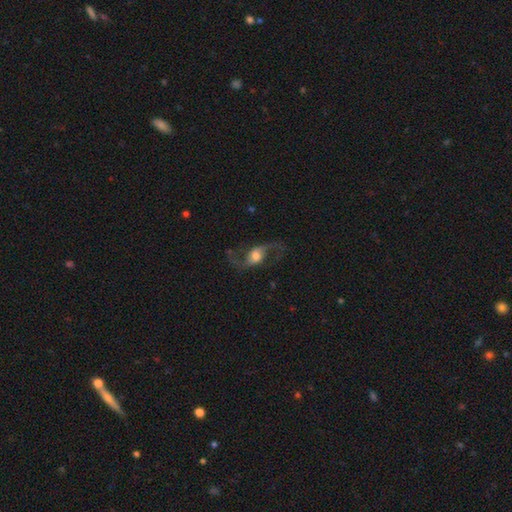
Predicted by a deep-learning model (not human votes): Smooth or featured? featured or disk (79%)
Edge-on disk? no (94%)
Bar? no (49%)
Spiral arms? yes (94%)
Spiral winding? loose (81%)
Spiral arm count? 2 (93%)
Bulge size? moderate (52%)
Merging? none (70%)